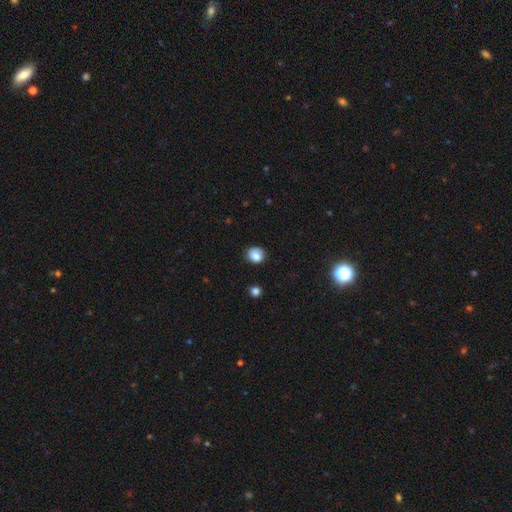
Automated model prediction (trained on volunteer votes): Smooth or featured: smooth — 85% (star or artifact — 10%)
How rounded: round — 76% (in between — 23%)
Merging: none — 82% (minor disturbance — 14%)